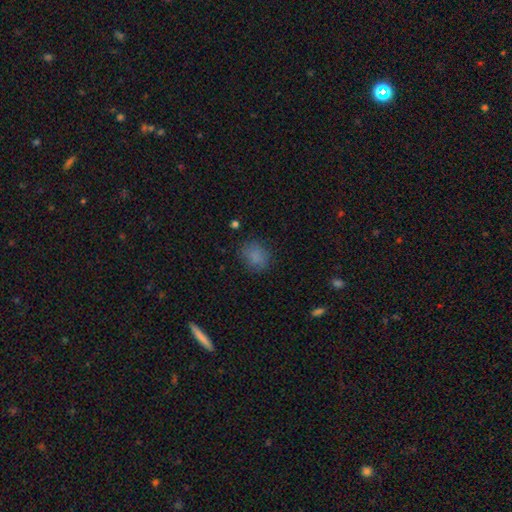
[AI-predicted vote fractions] Smooth or featured? smooth (83%)
How rounded? round (64%)
Merging? none (80%)